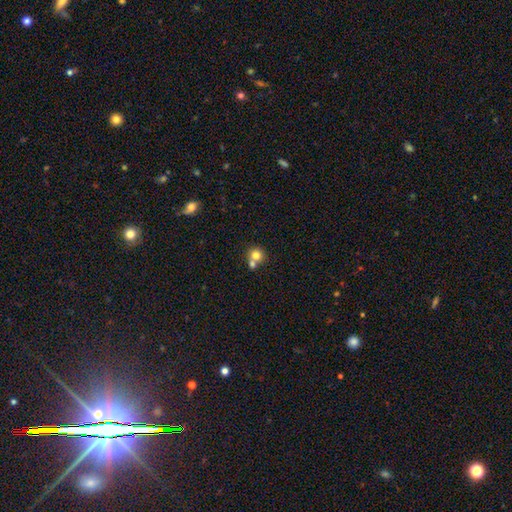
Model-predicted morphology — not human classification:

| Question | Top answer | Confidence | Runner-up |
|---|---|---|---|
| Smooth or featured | smooth | 78% | featured or disk (11%) |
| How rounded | round | 85% | in between (14%) |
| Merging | merger | 46% | none (45%) |